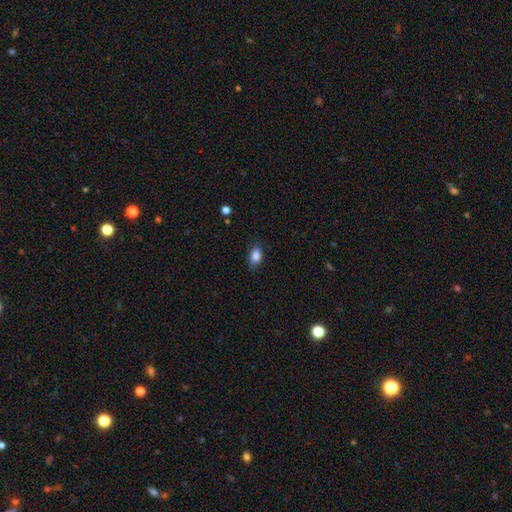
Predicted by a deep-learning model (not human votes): Smooth or featured: smooth — 85% (star or artifact — 8%)
How rounded: in between — 85% (round — 12%)
Merging: none — 78% (minor disturbance — 17%)